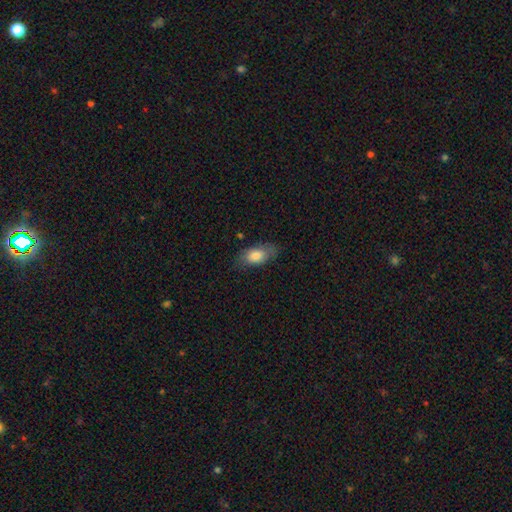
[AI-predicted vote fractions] Smooth or featured? smooth (78%)
How rounded? in between (89%)
Merging? none (70%)